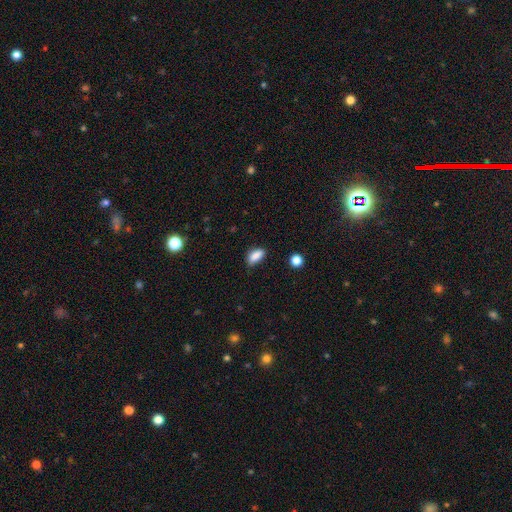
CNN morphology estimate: Smooth or featured? smooth (86%)
How rounded? in between (86%)
Merging? none (70%)